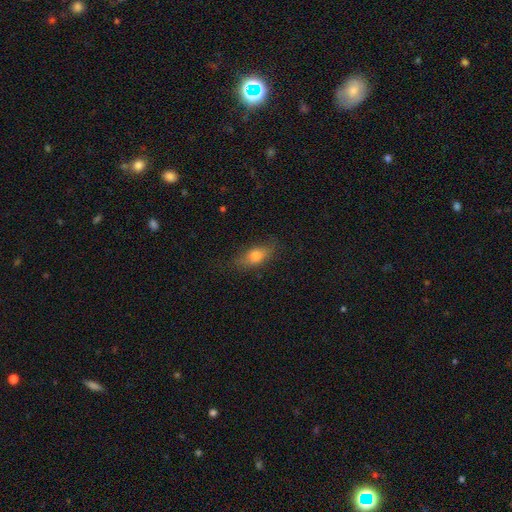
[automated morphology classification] smooth 69%, featured or disk 22%, star or artifact 8%. Down the decision tree: how rounded — in between (72%); merging — none (78%).